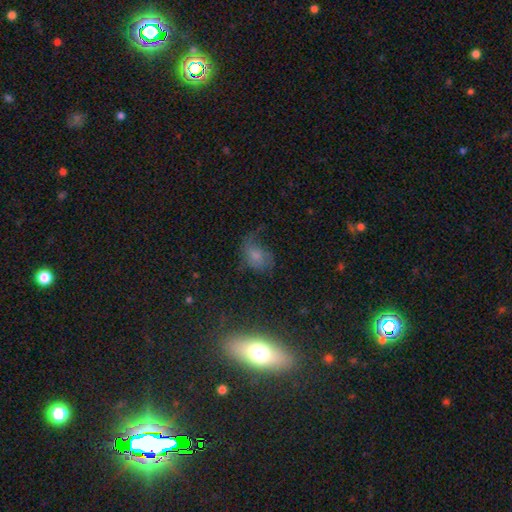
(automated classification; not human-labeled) This appears to be a smooth galaxy with no disk features (48%). Merging: none (37%).